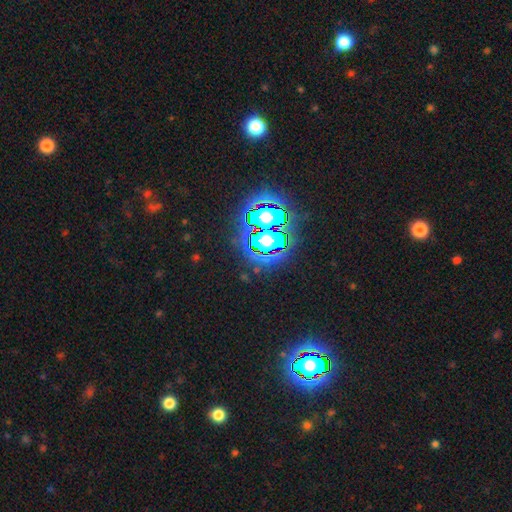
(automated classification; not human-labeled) Smooth or featured: star or artifact — 82% (smooth — 11%)